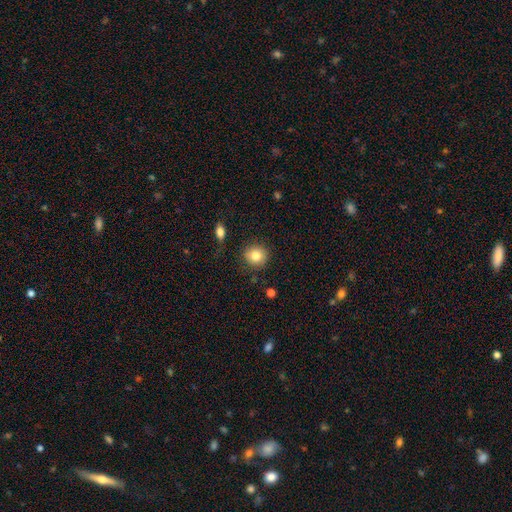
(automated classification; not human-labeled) smooth_or_featured: smooth (p=0.83) [alt: star or artifact p=0.09]
how_rounded: round (p=0.87) [alt: in between p=0.12]
merging: none (p=0.85) [alt: minor disturbance p=0.09]